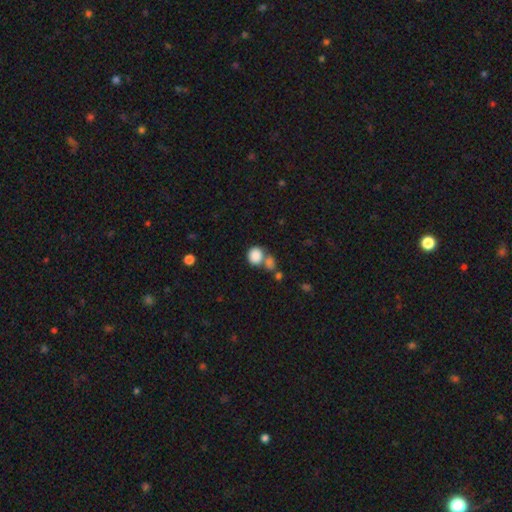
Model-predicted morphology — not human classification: type=smooth (86%); roundness=round (70%); merging=none (45%).